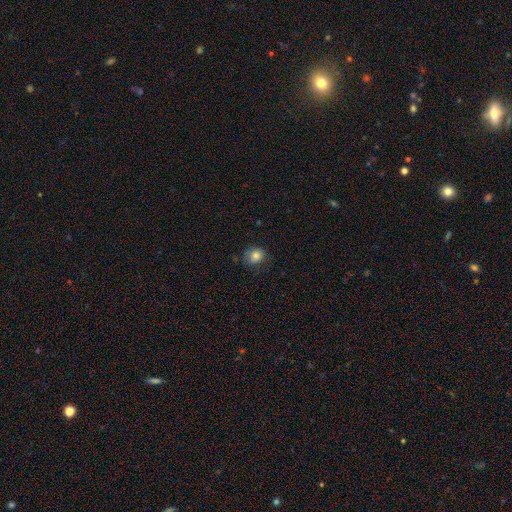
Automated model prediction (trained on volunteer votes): This is clearly a smooth galaxy (81%). How rounded: likely round (69%). Merging: likely none (71%).